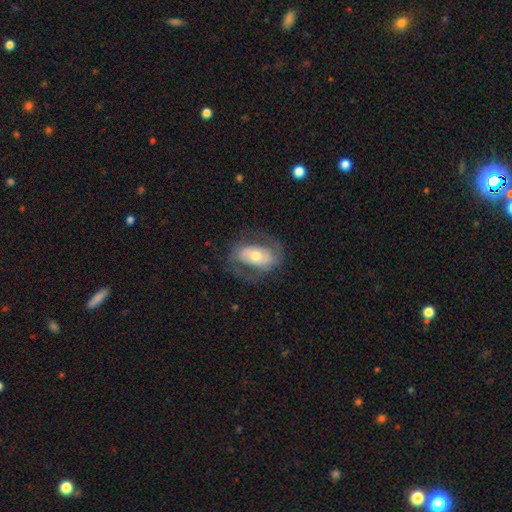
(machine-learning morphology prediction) Smooth or featured: featured or disk — 58% (smooth — 35%)
Edge-on disk: no — 93% (yes — 7%)
Bar: no — 50% (weak — 27%)
Spiral arms: yes — 64% (no — 36%)
Bulge size: moderate — 62% (small — 27%)
Merging: none — 68% (minor disturbance — 17%)